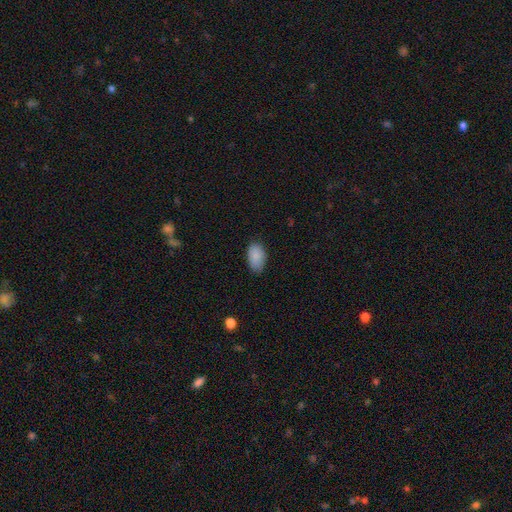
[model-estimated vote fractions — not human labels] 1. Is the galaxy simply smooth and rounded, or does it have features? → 88% smooth, 7% star or artifact, 5% featured or disk.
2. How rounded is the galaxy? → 93% in between, 5% round, 2% cigar-shaped.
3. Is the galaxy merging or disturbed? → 77% none, 19% minor disturbance, 3% major disturbance, 1% merger.